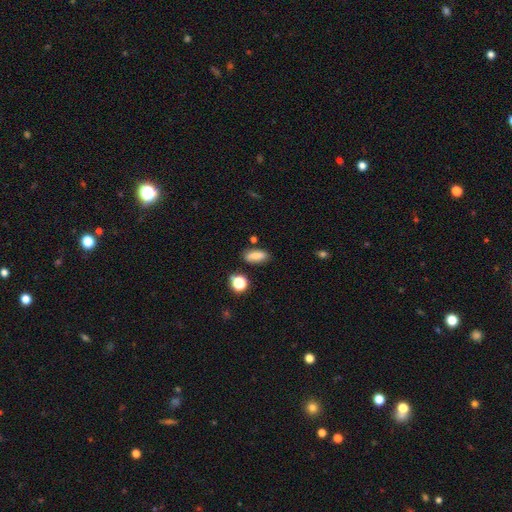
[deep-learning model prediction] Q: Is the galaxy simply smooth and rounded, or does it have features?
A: smooth — 80%.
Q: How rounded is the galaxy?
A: in between — 78%.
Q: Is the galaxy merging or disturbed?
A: none — 80%.